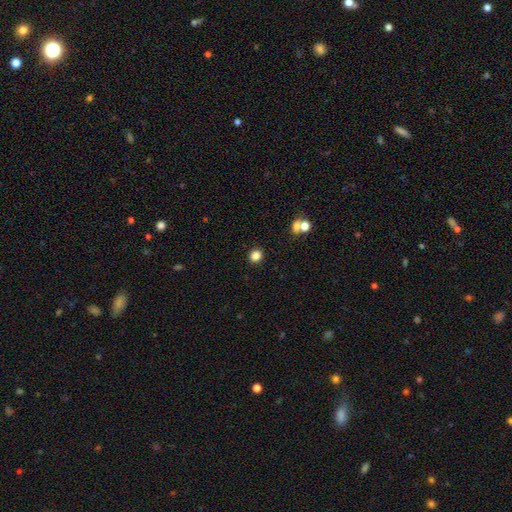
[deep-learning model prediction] A smooth galaxy with no disk features (84%) that is round (81%). Merging: none (90%).